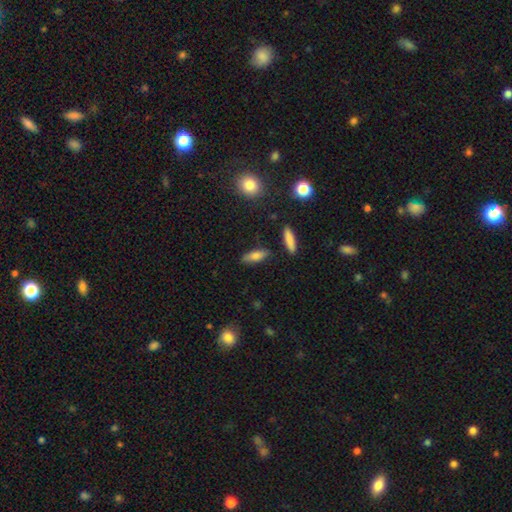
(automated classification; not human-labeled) Overall: smooth (76%). How rounded: in between (57%; cigar-shaped 39%). Merging: none (84%).